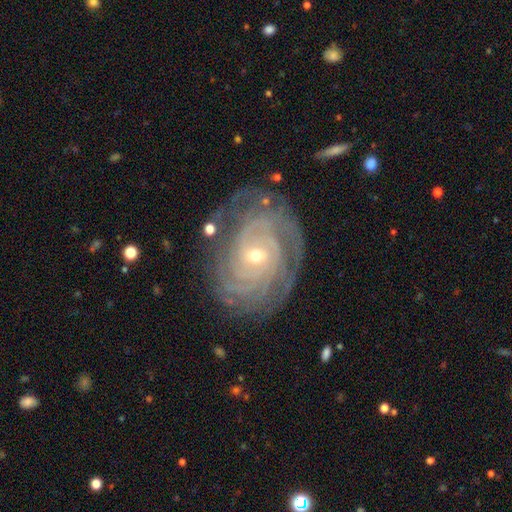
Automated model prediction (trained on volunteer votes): Morphology: type=featured or disk (90%); edge-on=no (97%); bar=no (66%); spiral arms=yes (98%); winding=tight (83%); arm count=can't tell (24%); bulge=small (64%); merging=none (78%).